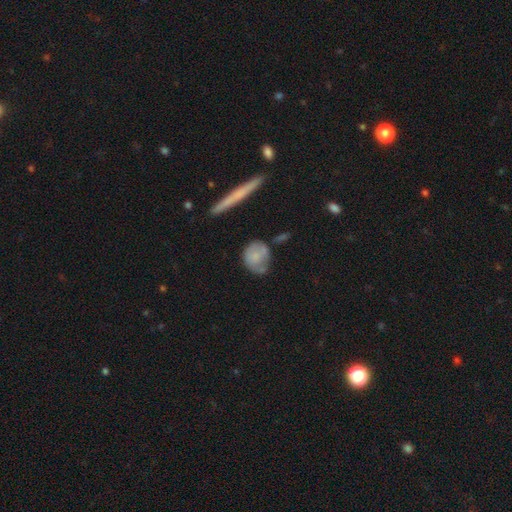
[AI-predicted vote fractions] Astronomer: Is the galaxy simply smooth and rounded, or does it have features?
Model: smooth — 71%.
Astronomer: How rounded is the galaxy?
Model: round — 62%.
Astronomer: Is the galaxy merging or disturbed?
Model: none — 49% (runner-up: minor disturbance, 32%).